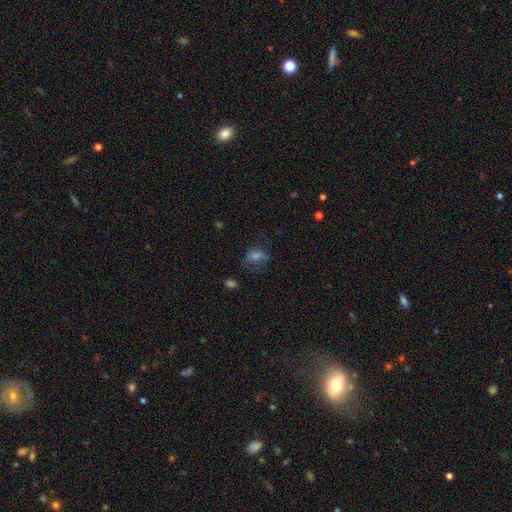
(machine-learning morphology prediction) Smooth or featured: smooth — 45% (featured or disk — 29%)
Merging: none — 53% (major disturbance — 22%)